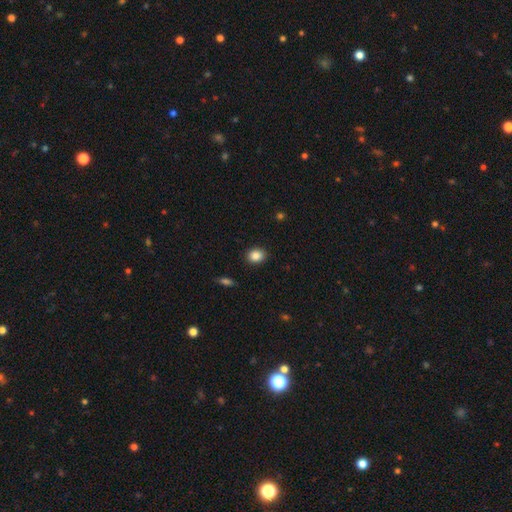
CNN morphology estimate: smooth 87%, star or artifact 9%, featured or disk 4%. Down the decision tree: how rounded — round (56%); merging — none (90%).